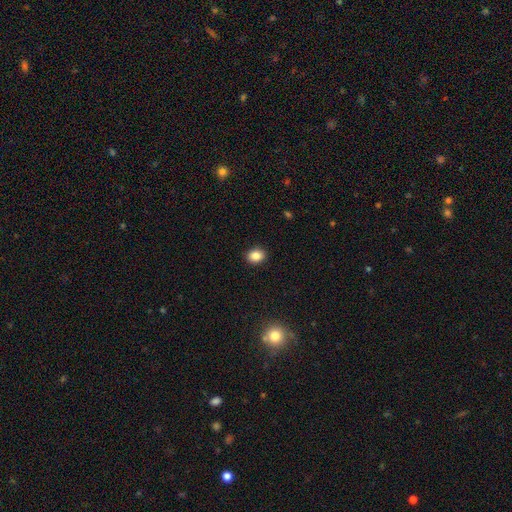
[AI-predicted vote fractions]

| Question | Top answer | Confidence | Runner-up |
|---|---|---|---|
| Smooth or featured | smooth | 86% | star or artifact (10%) |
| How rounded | in between | 50% | round (49%) |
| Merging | none | 91% | minor disturbance (7%) |